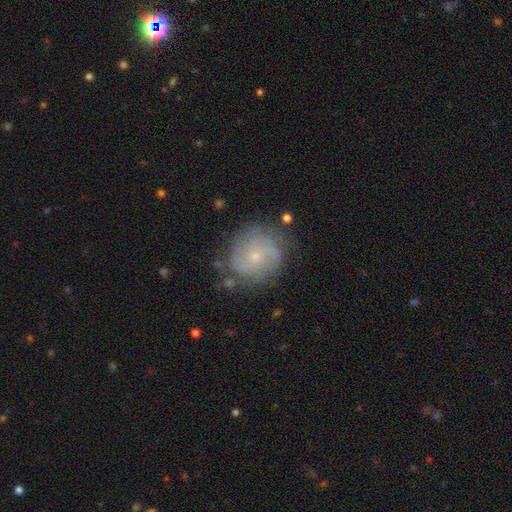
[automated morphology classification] Smooth or featured?
  - featured or disk: 67% *
  - smooth: 24%
  - star or artifact: 9%
Edge-on disk?
  - no: 97% *
  - yes: 3%
Bar?
  - no: 76% *
  - weak: 21%
  - strong: 3%
Spiral arms?
  - yes: 86% *
  - no: 14%
Spiral winding?
  - tight: 49% *
  - medium: 36%
  - loose: 15%
Spiral arm count?
  - can't tell: 38% *
  - 2: 31%
  - 3: 15%
  - 4: 7%
  - 1: 5%
  - more than 4: 5%
Bulge size?
  - small: 76% *
  - moderate: 20%
  - none: 2%
  - large: 1%
  - dominant: 1%
Merging?
  - none: 71% *
  - minor disturbance: 19%
  - major disturbance: 7%
  - merger: 3%